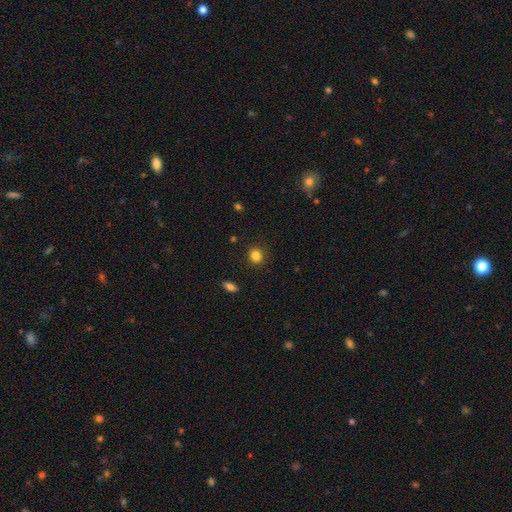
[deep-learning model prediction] This is clearly a smooth galaxy (85%). How rounded: likely round (76%). Merging: clearly none (88%).